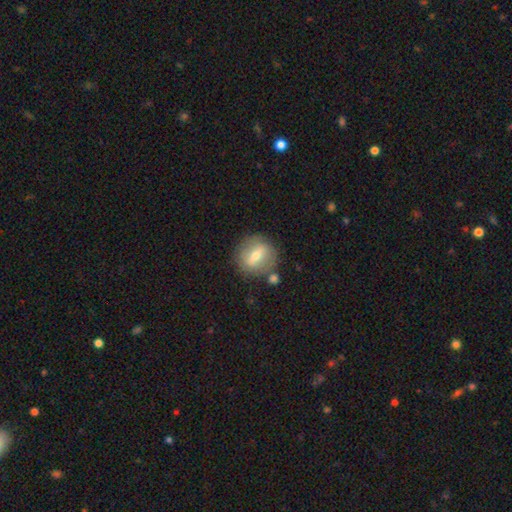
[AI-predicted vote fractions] smooth-or-featured: smooth: 47% | featured or disk: 46% | star or artifact: 8%
  merging: none: 74% | minor disturbance: 13% | merger: 8% | major disturbance: 5%